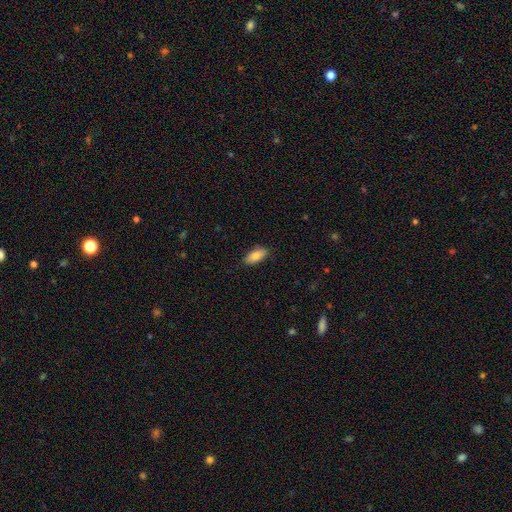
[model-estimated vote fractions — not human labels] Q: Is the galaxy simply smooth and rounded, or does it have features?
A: smooth — 85%.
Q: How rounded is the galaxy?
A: in between — 85%.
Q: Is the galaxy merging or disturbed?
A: none — 86%.